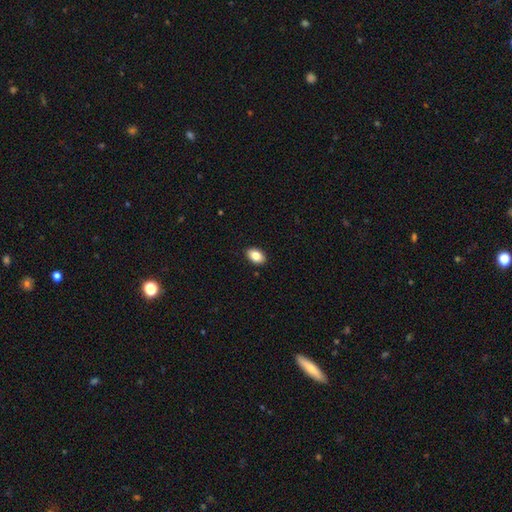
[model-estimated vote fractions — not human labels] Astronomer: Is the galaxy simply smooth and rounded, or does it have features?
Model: smooth — 85%.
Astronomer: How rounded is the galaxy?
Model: in between — 89%.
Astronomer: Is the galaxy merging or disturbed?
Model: none — 90%.